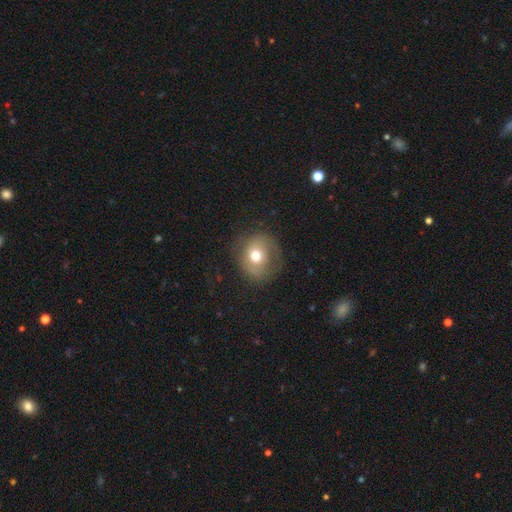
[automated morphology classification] Overall: smooth (63%; featured or disk 27%). How rounded: round (74%). Merging: none (64%).